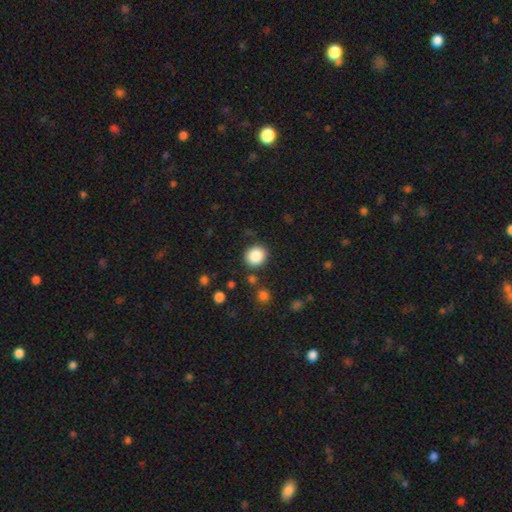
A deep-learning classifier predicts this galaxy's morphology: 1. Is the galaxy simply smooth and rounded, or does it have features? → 87% smooth, 9% star or artifact, 4% featured or disk.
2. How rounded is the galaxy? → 83% round, 16% in between, 1% cigar-shaped.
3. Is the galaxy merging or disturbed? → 87% none, 8% minor disturbance, 3% merger, 3% major disturbance.